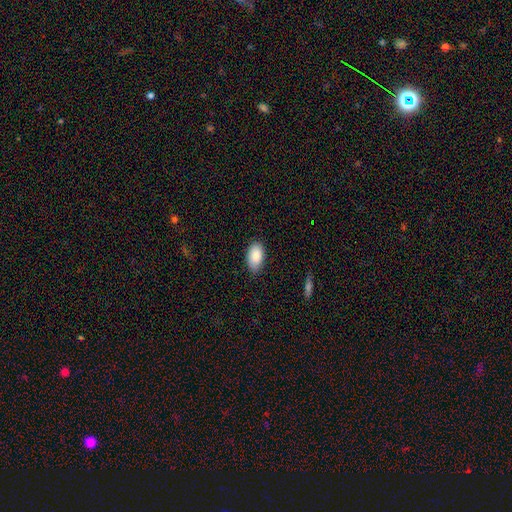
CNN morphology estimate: smooth_or_featured: smooth (p=0.88) [alt: star or artifact p=0.06]
how_rounded: in between (p=0.94) [alt: round p=0.04]
merging: none (p=0.80) [alt: minor disturbance p=0.17]